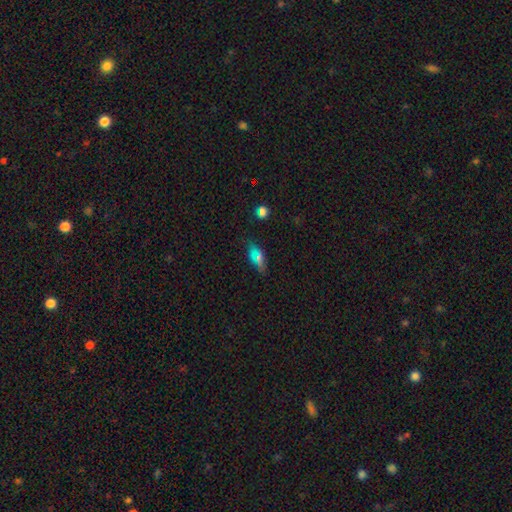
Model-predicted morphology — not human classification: smooth 63%, star or artifact 23%, featured or disk 14%. Down the decision tree: how rounded — in between (78%); merging — none (81%).